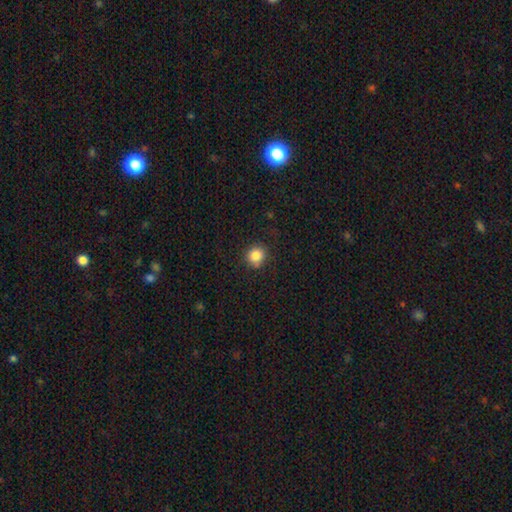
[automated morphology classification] Q: Smooth or featured?
A: smooth (85%); runner-up: star or artifact (10%)
Q: How rounded?
A: round (88%); runner-up: in between (11%)
Q: Merging?
A: none (86%); runner-up: minor disturbance (10%)